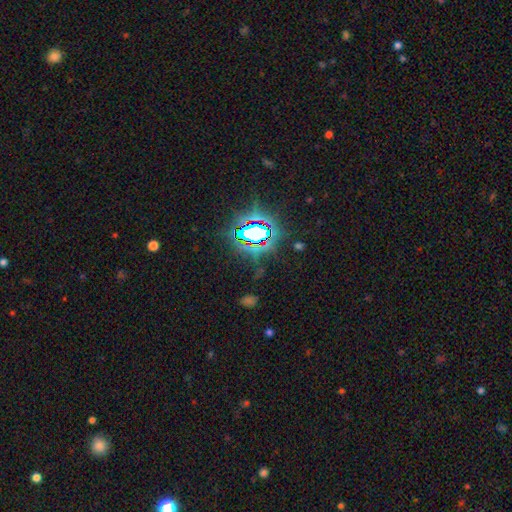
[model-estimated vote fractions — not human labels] Morphology: type=star or artifact (79%).